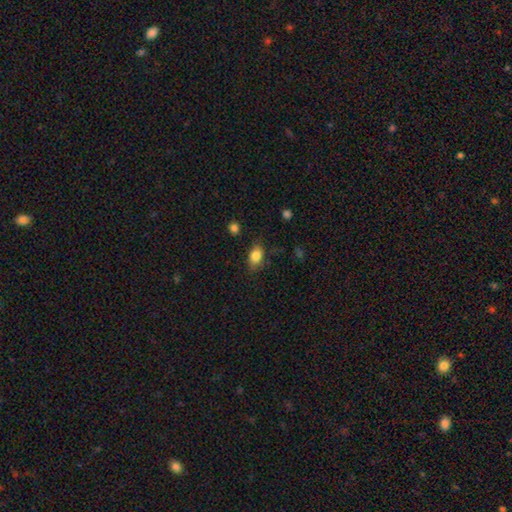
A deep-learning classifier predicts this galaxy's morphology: A smooth galaxy with no disk features (83%) that is in between round and cigar-shaped (77%). Merging: none (78%).